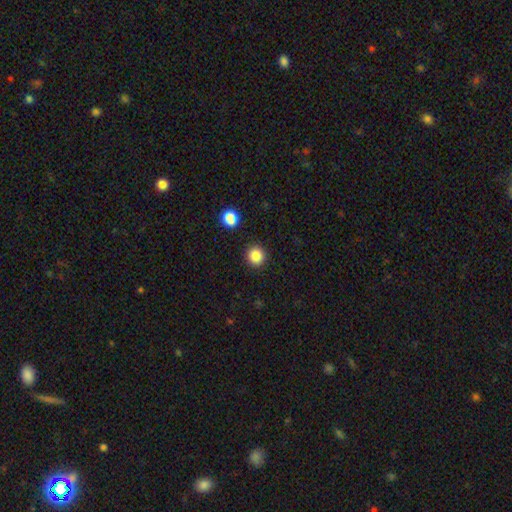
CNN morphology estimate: This appears to be a smooth galaxy with no disk features (86%) that is round (89%). Merging: none (90%).